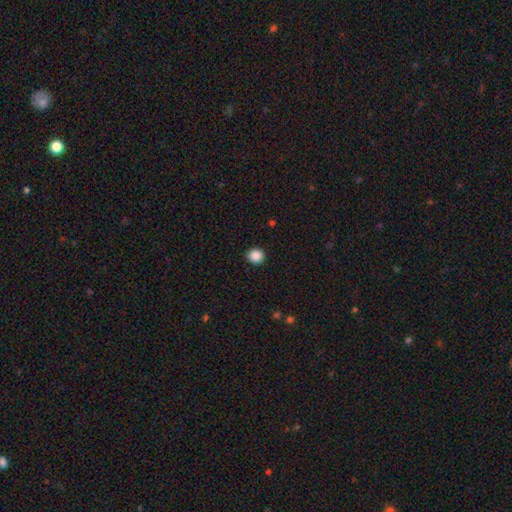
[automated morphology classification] A smooth galaxy with no disk features (88%) that is round (89%).

Vote fractions:
- Smooth or featured? smooth: 88% / star or artifact: 9% / featured or disk: 3%
- How rounded? round: 89% / in between: 10% / cigar-shaped: 1%
- Merging? none: 92% / minor disturbance: 5% / major disturbance: 2% / merger: 1%